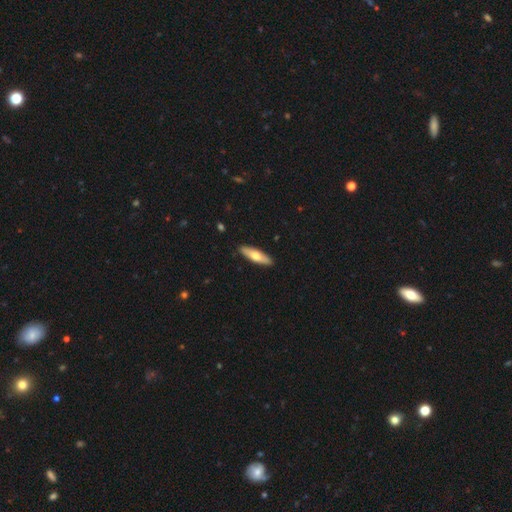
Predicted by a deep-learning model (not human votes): A smooth galaxy with no disk features (61%) that is cigar-shaped (65%).

Vote fractions:
- Smooth or featured? smooth: 61% / featured or disk: 35% / star or artifact: 5%
- How rounded? cigar-shaped: 65% / in between: 34% / round: 2%
- Merging? none: 90% / minor disturbance: 7% / major disturbance: 1% / merger: 1%